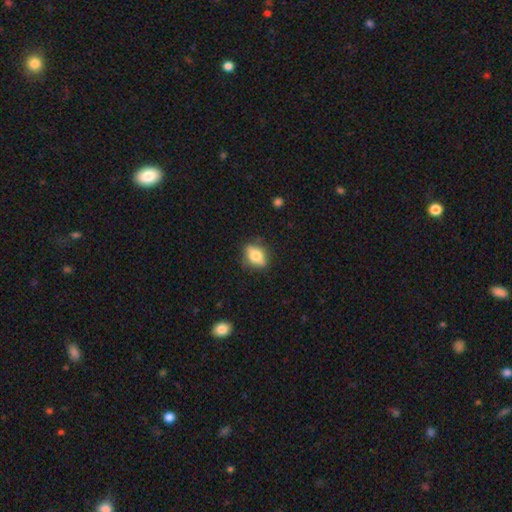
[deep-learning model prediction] A smooth galaxy with no disk features (51%) that is in between round and cigar-shaped (65%). Merging: none (81%).